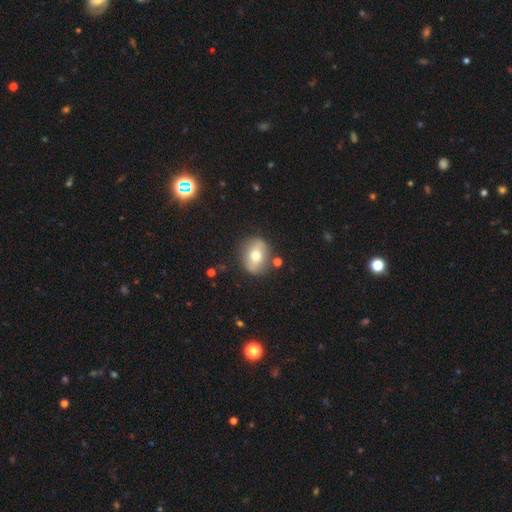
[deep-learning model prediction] Smooth or featured: smooth — 57% (featured or disk — 34%)
How rounded: round — 55% (in between — 43%)
Merging: none — 83% (minor disturbance — 11%)